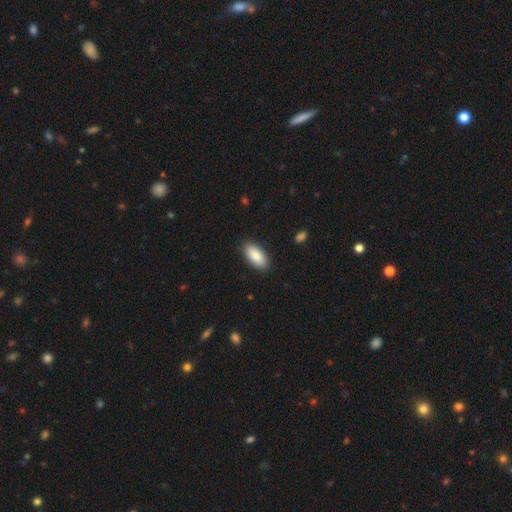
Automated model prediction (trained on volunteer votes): Smooth or featured? smooth (87%)
How rounded? in between (91%)
Merging? none (89%)